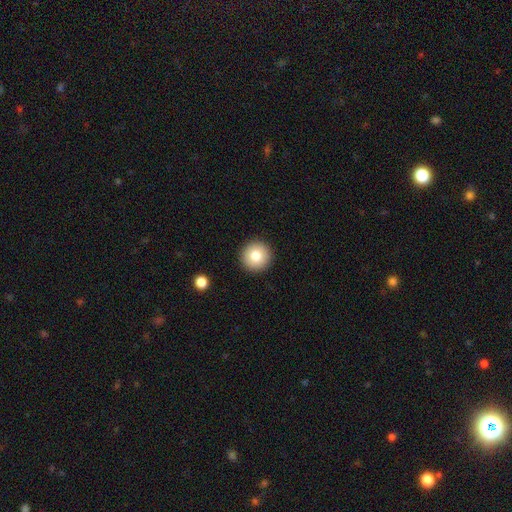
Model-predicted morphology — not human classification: This is likely a smooth galaxy (80%). How rounded: clearly round (96%). Merging: clearly none (93%).